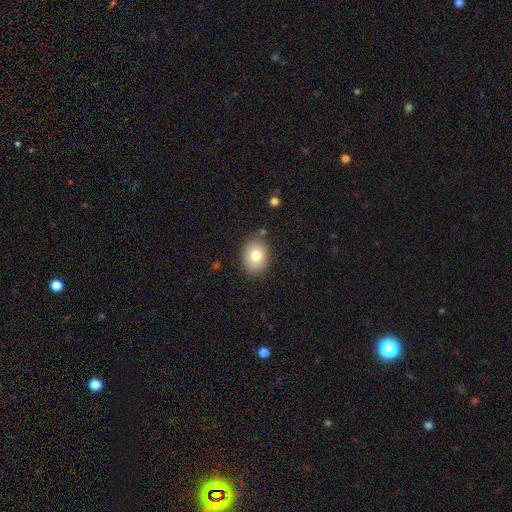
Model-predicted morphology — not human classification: Q: Smooth or featured?
A: smooth (80%); runner-up: featured or disk (12%)
Q: How rounded?
A: in between (65%); runner-up: round (34%)
Q: Merging?
A: none (80%); runner-up: minor disturbance (14%)